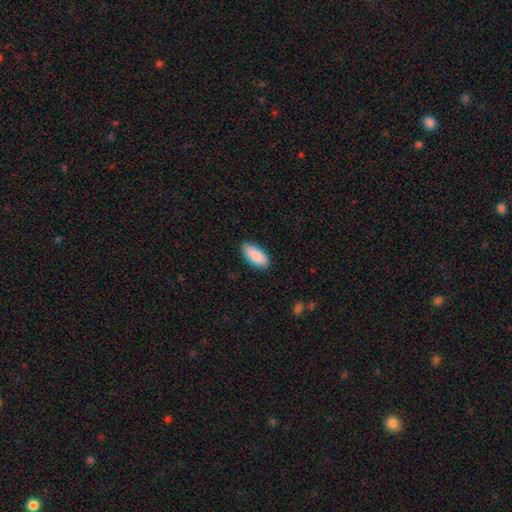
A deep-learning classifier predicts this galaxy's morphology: smooth-or-featured: smooth: 90% | star or artifact: 5% | featured or disk: 4%
  how-rounded: in between: 91% | cigar-shaped: 8% | round: 2%
  merging: none: 88% | minor disturbance: 9% | major disturbance: 2% | merger: 1%